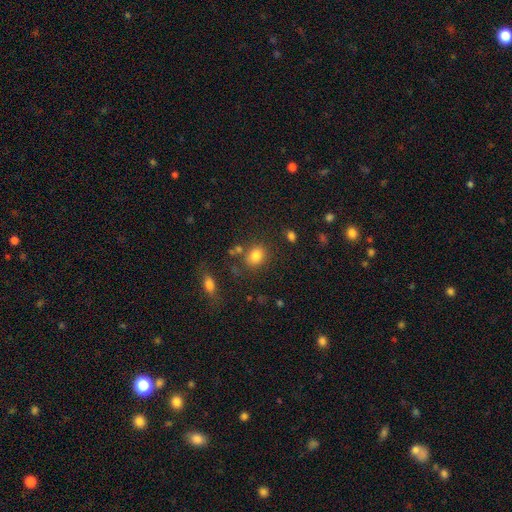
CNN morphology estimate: Smooth or featured: smooth — 82% (star or artifact — 11%)
How rounded: in between — 53% (round — 46%)
Merging: none — 74% (minor disturbance — 13%)